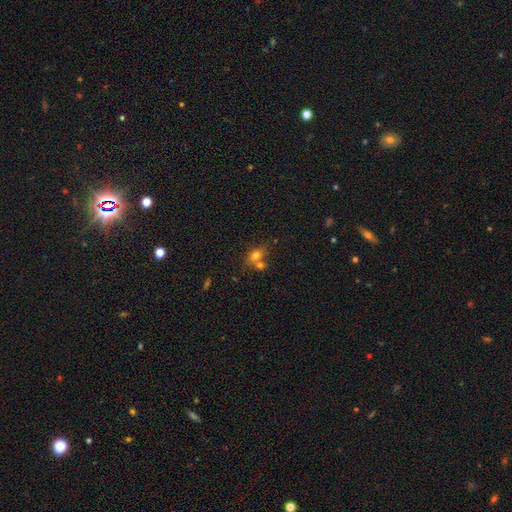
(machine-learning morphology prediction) This is likely a smooth galaxy (73%). How rounded: possibly in between (59%). Merging: marginally none (44%).